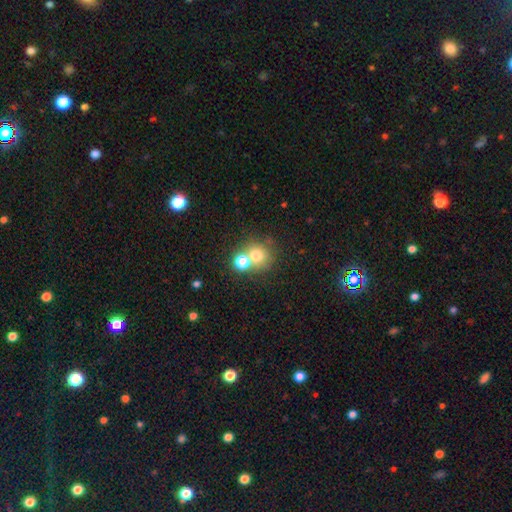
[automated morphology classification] Smooth or featured? smooth (71%)
How rounded? round (84%)
Merging? none (49%)